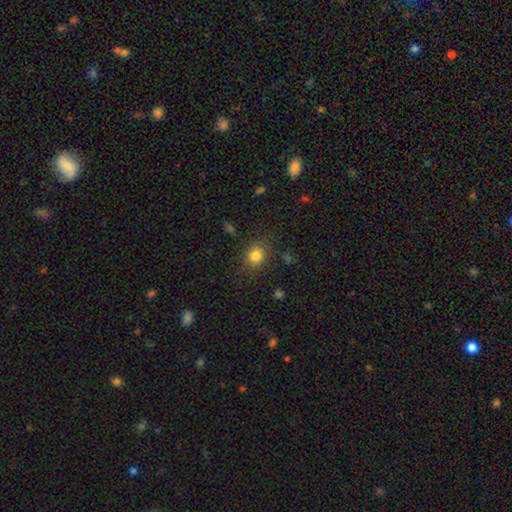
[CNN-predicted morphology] Smooth or featured? smooth (82%)
How rounded? round (71%)
Merging? none (83%)